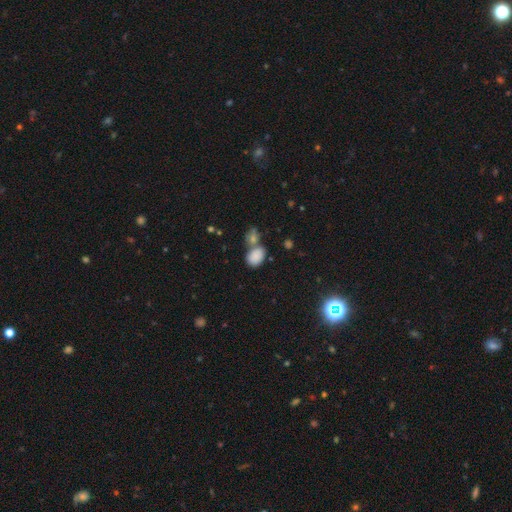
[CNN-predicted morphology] Q: Smooth or featured?
A: smooth (84%); runner-up: star or artifact (10%)
Q: How rounded?
A: in between (79%); runner-up: round (20%)
Q: Merging?
A: none (44%); runner-up: merger (38%)